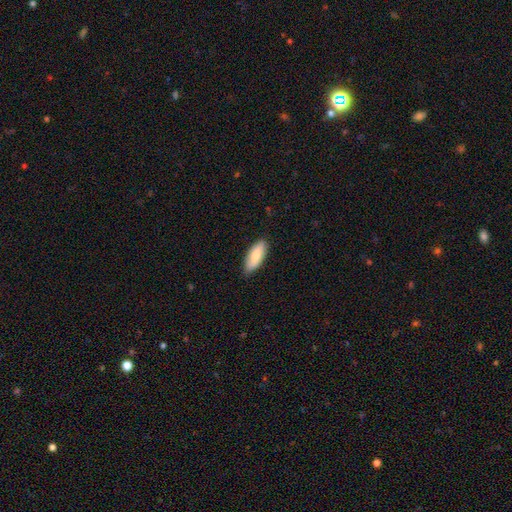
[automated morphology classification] The model was most divided on "how rounded": in between: 77%, cigar-shaped: 21%, round: 2%. More confident: merging — none (85%); smooth or featured — smooth (78%).